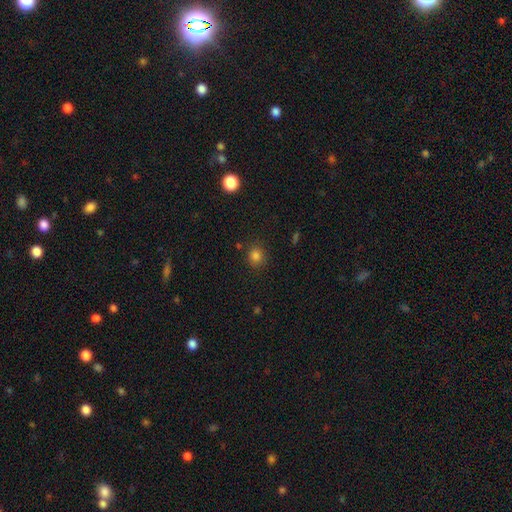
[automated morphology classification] Overall: smooth (81%). How rounded: round (81%). Merging: none (85%).